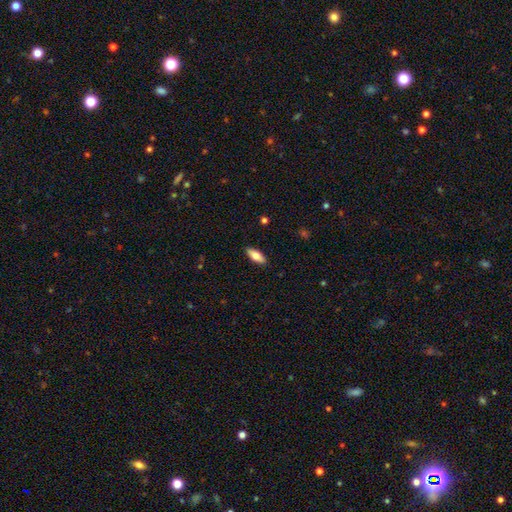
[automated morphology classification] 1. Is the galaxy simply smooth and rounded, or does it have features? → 74% smooth, 20% featured or disk, 6% star or artifact.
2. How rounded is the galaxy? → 75% in between, 23% cigar-shaped, 2% round.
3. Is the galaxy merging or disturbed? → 89% none, 8% minor disturbance, 2% major disturbance, 1% merger.